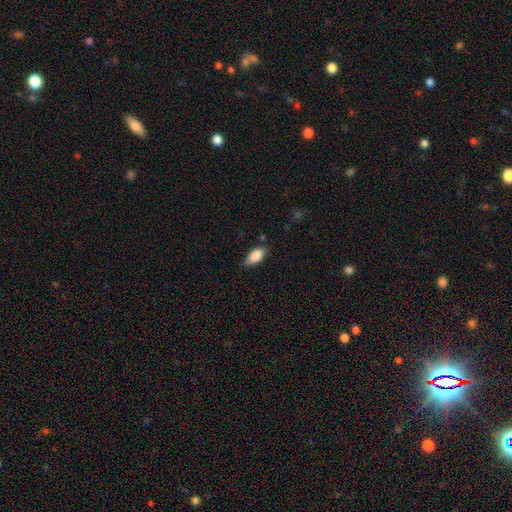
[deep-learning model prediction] A smooth galaxy with no disk features (86%) that is in between round and cigar-shaped (89%).

Vote fractions:
- Smooth or featured? smooth: 86% / featured or disk: 7% / star or artifact: 7%
- How rounded? in between: 89% / cigar-shaped: 8% / round: 3%
- Merging? none: 75% / minor disturbance: 20% / major disturbance: 4% / merger: 2%